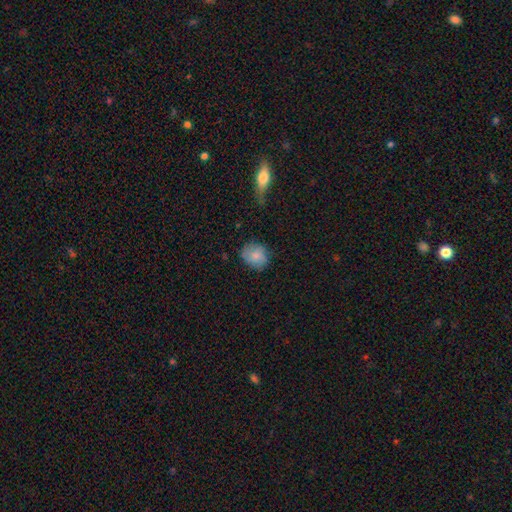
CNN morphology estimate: smooth-or-featured: smooth: 82% | featured or disk: 10% | star or artifact: 8%
  how-rounded: round: 66% | in between: 33% | cigar-shaped: 1%
  merging: none: 73% | minor disturbance: 21% | major disturbance: 5% | merger: 2%